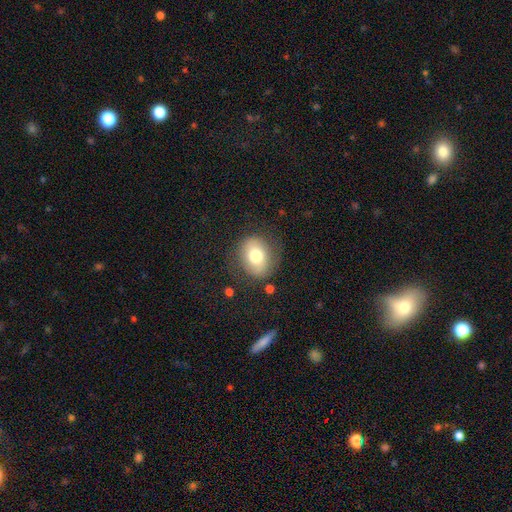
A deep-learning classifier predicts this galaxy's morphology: smooth-or-featured: smooth: 71% | featured or disk: 21% | star or artifact: 8%
  how-rounded: round: 56% | in between: 43% | cigar-shaped: 1%
  merging: none: 77% | minor disturbance: 15% | major disturbance: 6% | merger: 2%